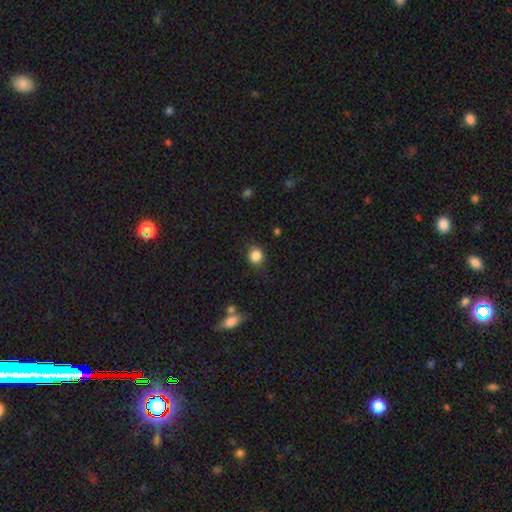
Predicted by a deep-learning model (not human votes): Smooth or featured? smooth (86%)
How rounded? round (81%)
Merging? none (83%)